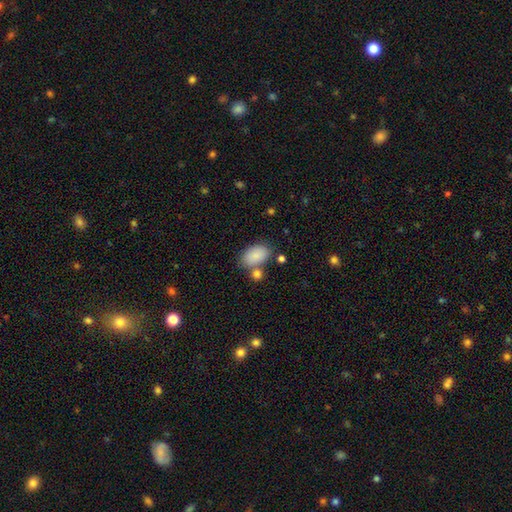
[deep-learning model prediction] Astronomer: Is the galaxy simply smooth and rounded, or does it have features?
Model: smooth — 87%.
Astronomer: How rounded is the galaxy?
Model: in between — 93%.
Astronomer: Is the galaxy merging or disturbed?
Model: none — 65%.